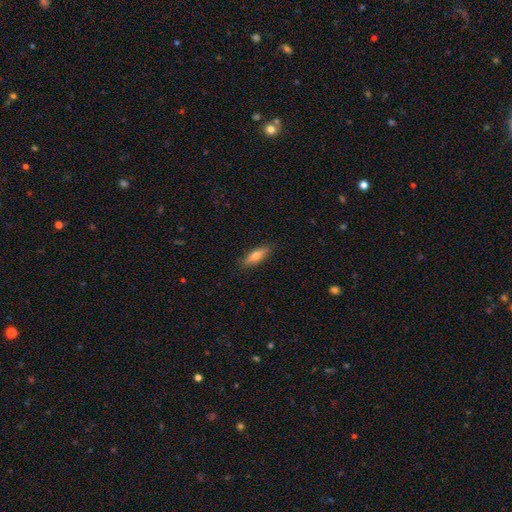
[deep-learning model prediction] A smooth galaxy with no disk features (68%) that is cigar-shaped (50%). Merging: none (87%).